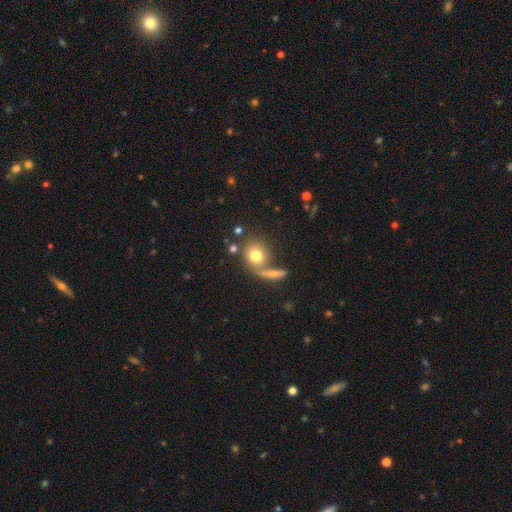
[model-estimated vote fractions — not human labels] smooth 75%, featured or disk 15%, star or artifact 10%. Down the decision tree: how rounded — round (73%); merging — none (56%).